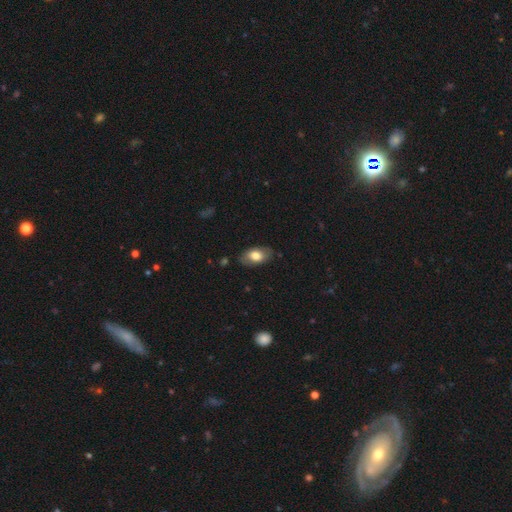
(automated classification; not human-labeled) The model was most divided on "smooth or featured": smooth: 74%, featured or disk: 19%, star or artifact: 7%. More confident: how rounded — in between (92%); merging — none (82%).